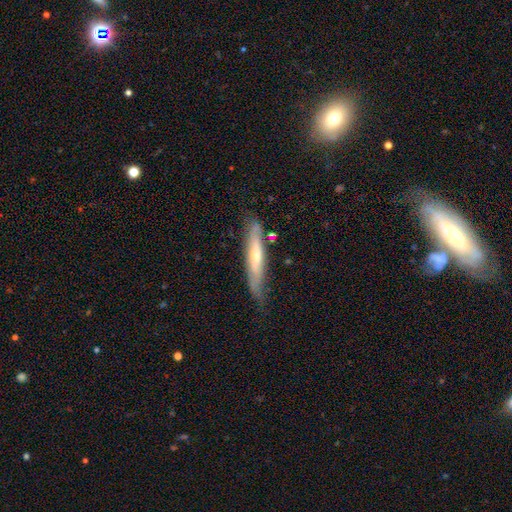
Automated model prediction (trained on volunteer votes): smooth_or_featured: featured or disk (p=0.53) [alt: smooth p=0.41]
disk_edge_on: yes (p=0.78) [alt: no p=0.22]
merging: none (p=0.70) [alt: minor disturbance p=0.22]